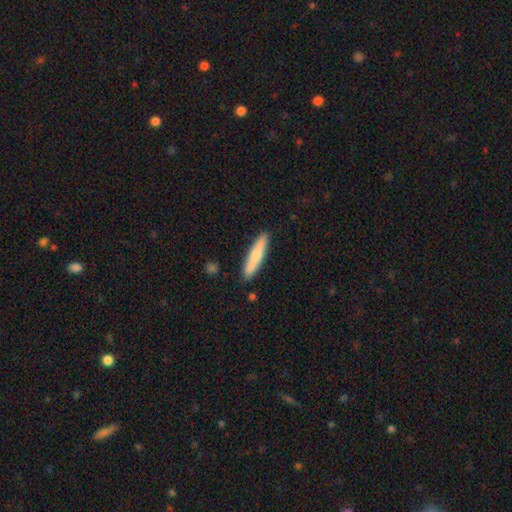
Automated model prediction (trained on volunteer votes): Smooth or featured? smooth (71%)
How rounded? cigar-shaped (90%)
Merging? none (89%)